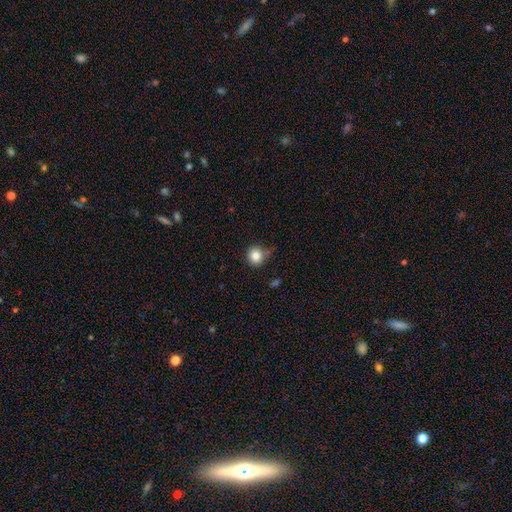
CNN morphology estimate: Smooth or featured? Predicted: smooth (p=0.84). How rounded? Predicted: round (p=0.91). Merging? Predicted: none (p=0.73).